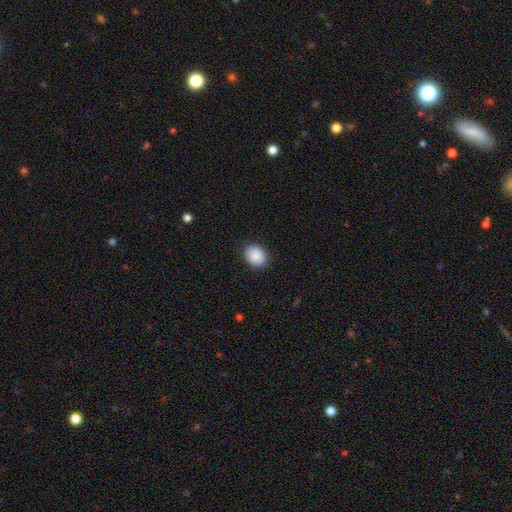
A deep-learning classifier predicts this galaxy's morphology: Smooth or featured?
  - smooth: 90% *
  - star or artifact: 7%
  - featured or disk: 3%
How rounded?
  - round: 50% *
  - in between: 49%
  - cigar-shaped: 1%
Merging?
  - none: 88% *
  - minor disturbance: 9%
  - major disturbance: 2%
  - merger: 1%